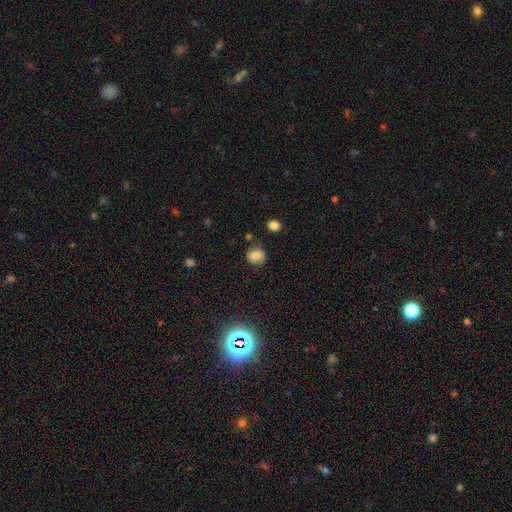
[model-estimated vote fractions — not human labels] Smooth or featured? smooth (76%)
How rounded? round (73%)
Merging? none (76%)